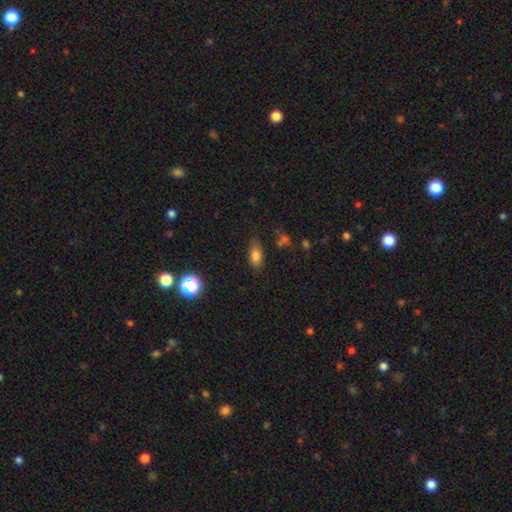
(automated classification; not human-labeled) Smooth or featured: smooth — 76% (star or artifact — 13%)
How rounded: in between — 82% (cigar-shaped — 13%)
Merging: none — 73% (minor disturbance — 18%)